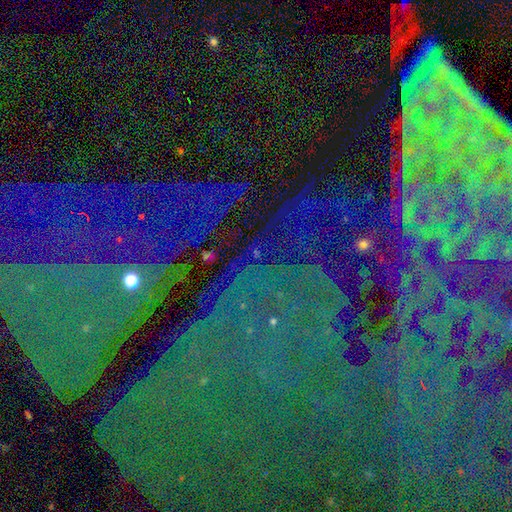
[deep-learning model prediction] Smooth or featured? star or artifact (83%)